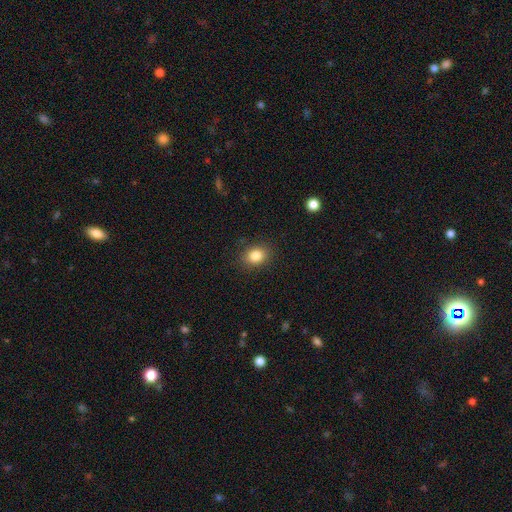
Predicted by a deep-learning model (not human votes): A smooth galaxy with no disk features (83%) that is round (50%, tied with in between). Merging: none (87%).